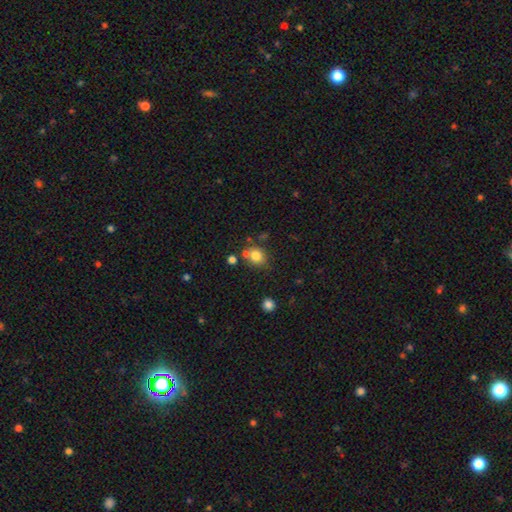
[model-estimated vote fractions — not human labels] smooth-or-featured: smooth: 79% | star or artifact: 12% | featured or disk: 9%
  how-rounded: round: 75% | in between: 24% | cigar-shaped: 1%
  merging: none: 65% | merger: 16% | minor disturbance: 14% | major disturbance: 5%